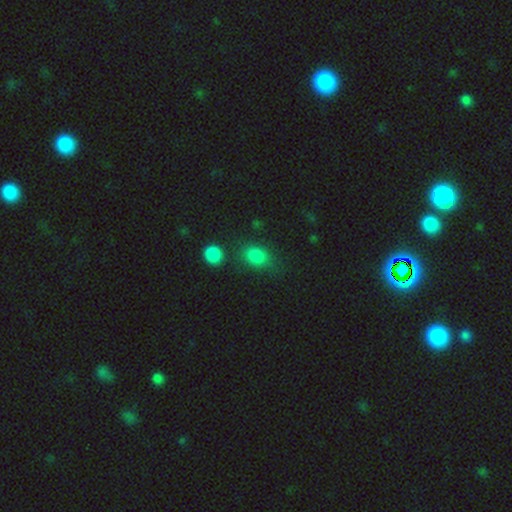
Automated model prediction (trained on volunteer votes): Q: Smooth or featured?
A: smooth (82%); runner-up: star or artifact (12%)
Q: How rounded?
A: in between (65%); runner-up: round (33%)
Q: Merging?
A: none (68%); runner-up: minor disturbance (17%)